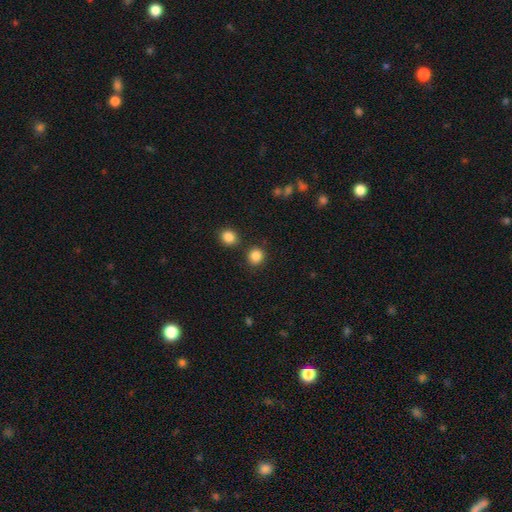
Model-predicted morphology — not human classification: Q: Smooth or featured?
A: smooth (86%); runner-up: star or artifact (11%)
Q: How rounded?
A: round (88%); runner-up: in between (11%)
Q: Merging?
A: none (83%); runner-up: minor disturbance (7%)